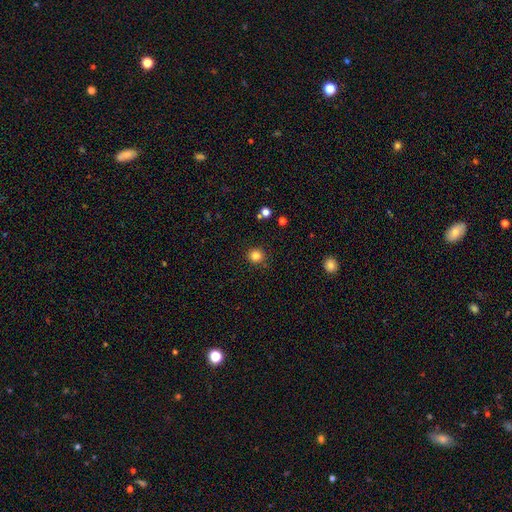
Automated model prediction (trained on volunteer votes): Morphology: type=smooth (83%); roundness=round (93%); merging=none (91%).